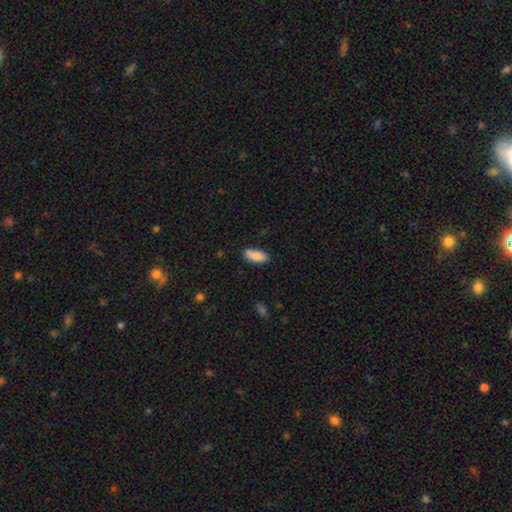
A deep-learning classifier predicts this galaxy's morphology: The model was most divided on "merging": none: 79%, minor disturbance: 15%, major disturbance: 3%, merger: 3%. More confident: smooth or featured — smooth (88%); how rounded — in between (83%).